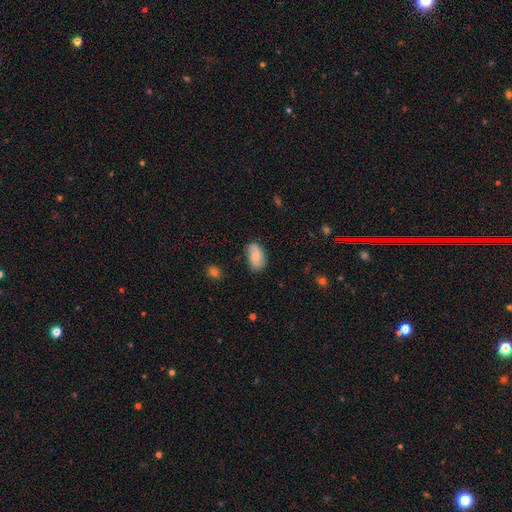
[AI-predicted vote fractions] smooth 63%, featured or disk 30%, star or artifact 7%. Down the decision tree: how rounded — in between (91%); merging — none (76%).